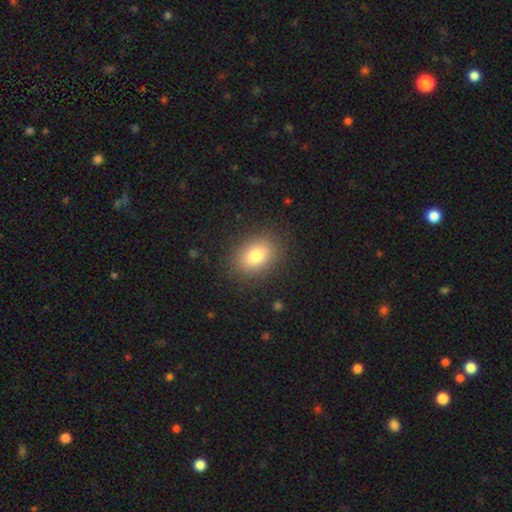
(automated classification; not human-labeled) Smooth or featured? Predicted: smooth (p=0.81). How rounded? Predicted: in between (p=0.67). Merging? Predicted: none (p=0.87).